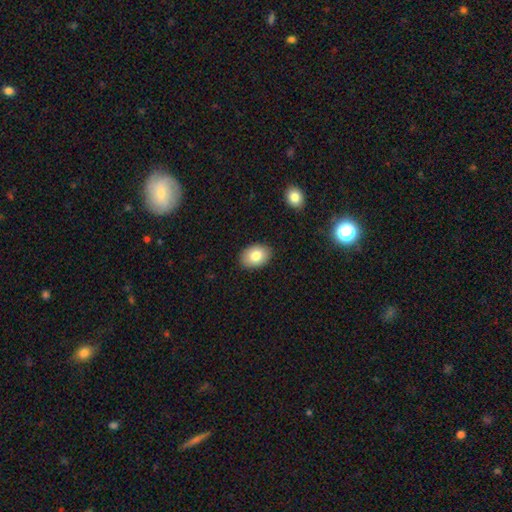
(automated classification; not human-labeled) This appears to be a smooth galaxy with no disk features (82%) that is in between round and cigar-shaped (79%). Merging: none (89%).